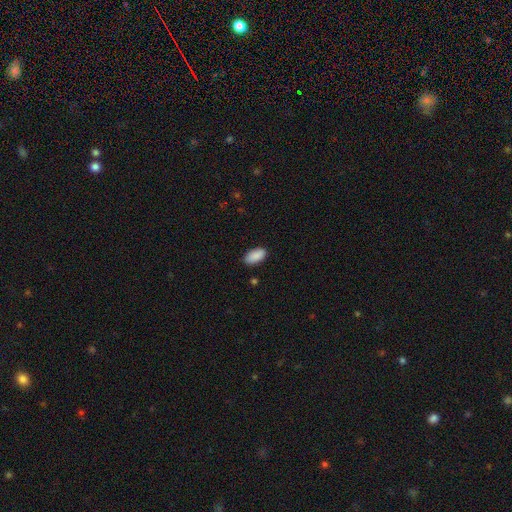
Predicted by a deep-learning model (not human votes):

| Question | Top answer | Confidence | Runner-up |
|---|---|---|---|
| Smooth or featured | smooth | 90% | star or artifact (6%) |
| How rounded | in between | 94% | cigar-shaped (4%) |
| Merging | none | 86% | minor disturbance (11%) |